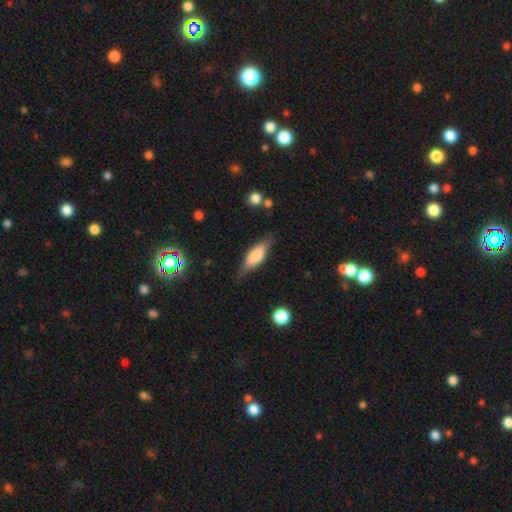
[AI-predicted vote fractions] smooth_or_featured: smooth (p=0.71) [alt: featured or disk p=0.23]
how_rounded: in between (p=0.63) [alt: cigar-shaped p=0.35]
merging: none (p=0.73) [alt: minor disturbance p=0.20]